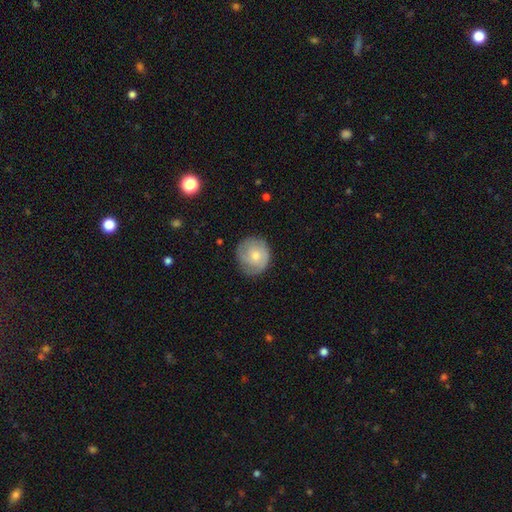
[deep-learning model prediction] smooth 59%, featured or disk 35%, star or artifact 7%. Down the decision tree: how rounded — round (88%); merging — none (73%).